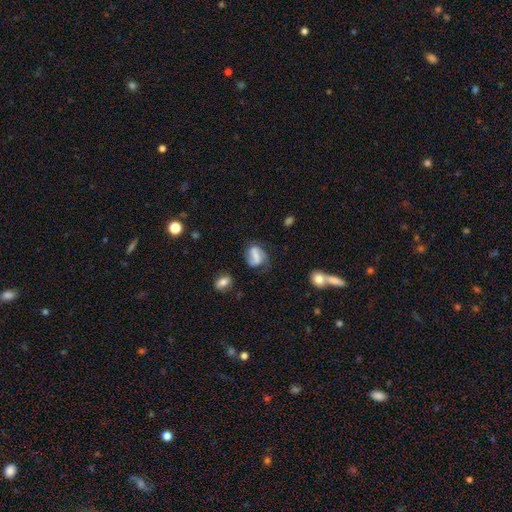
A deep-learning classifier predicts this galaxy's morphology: featured or disk 57%, smooth 33%, star or artifact 10%. Down the decision tree: edge-on disk — no (96%); bar — strong (39%); spiral arms — yes (80%); bulge size — none (41%); merging — none (54%).